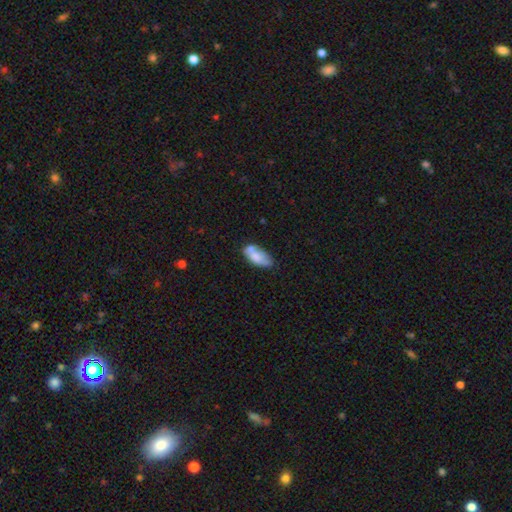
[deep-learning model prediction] smooth-or-featured: smooth: 71% | featured or disk: 22% | star or artifact: 7%
  how-rounded: in between: 88% | cigar-shaped: 9% | round: 3%
  merging: none: 49% | minor disturbance: 25% | merger: 18% | major disturbance: 7%